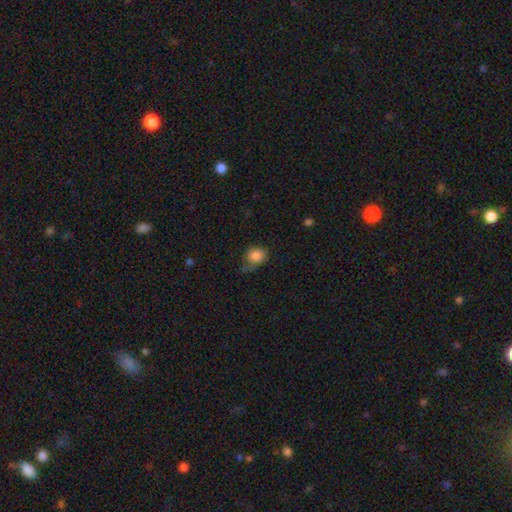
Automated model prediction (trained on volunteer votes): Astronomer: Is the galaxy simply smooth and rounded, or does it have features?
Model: smooth — 85%.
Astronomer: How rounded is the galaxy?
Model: round — 64%.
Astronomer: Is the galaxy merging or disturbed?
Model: none — 53% (runner-up: minor disturbance, 32%).